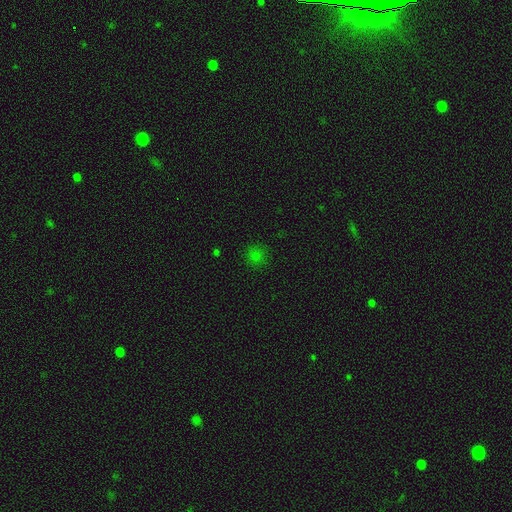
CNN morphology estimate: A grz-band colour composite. It shows a smooth galaxy with no disk features (74%) that is round (88%). Merging: none (85%).